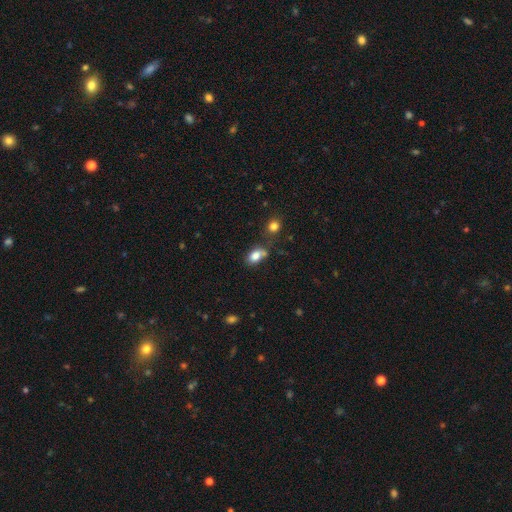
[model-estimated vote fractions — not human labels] Q: Smooth or featured?
A: smooth (82%); runner-up: star or artifact (10%)
Q: How rounded?
A: in between (82%); runner-up: round (16%)
Q: Merging?
A: none (53%); runner-up: merger (20%)